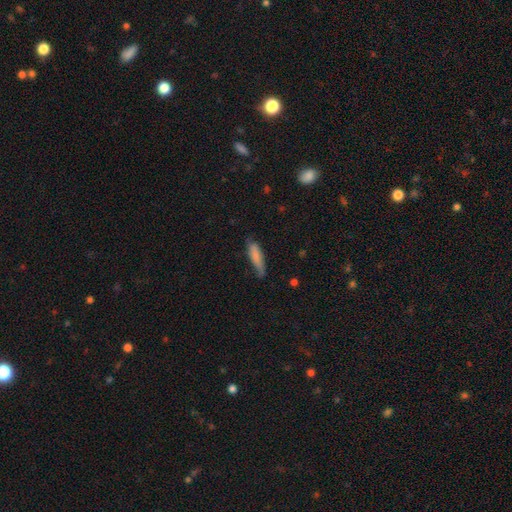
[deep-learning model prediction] Smooth or featured? Predicted: smooth (p=0.78). How rounded? Predicted: cigar-shaped (p=0.72). Merging? Predicted: none (p=0.53).